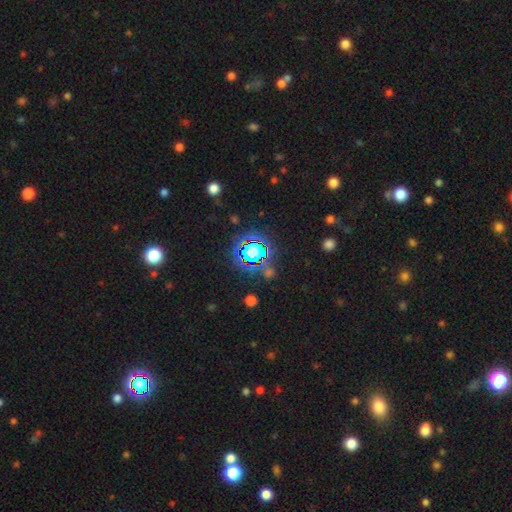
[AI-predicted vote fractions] smooth-or-featured: star or artifact: 69% | smooth: 21% | featured or disk: 10%